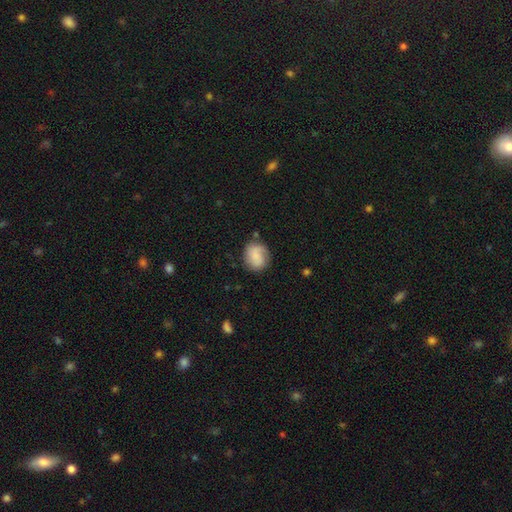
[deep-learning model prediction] smooth_or_featured: smooth (p=0.71) [alt: featured or disk p=0.21]
how_rounded: round (p=0.68) [alt: in between p=0.31]
merging: none (p=0.69) [alt: minor disturbance p=0.21]